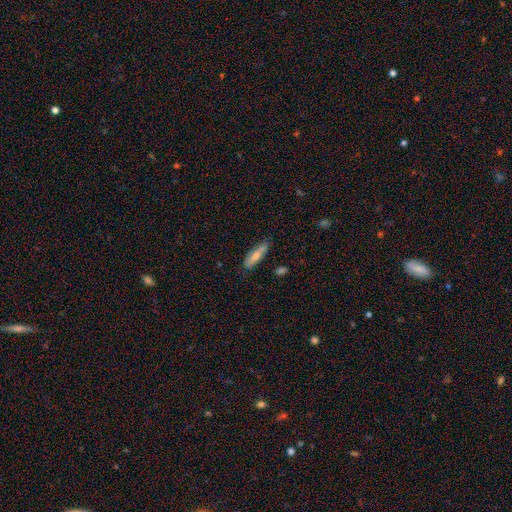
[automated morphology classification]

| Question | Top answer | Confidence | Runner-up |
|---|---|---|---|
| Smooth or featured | smooth | 74% | featured or disk (20%) |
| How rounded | cigar-shaped | 60% | in between (39%) |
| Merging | none | 73% | minor disturbance (20%) |